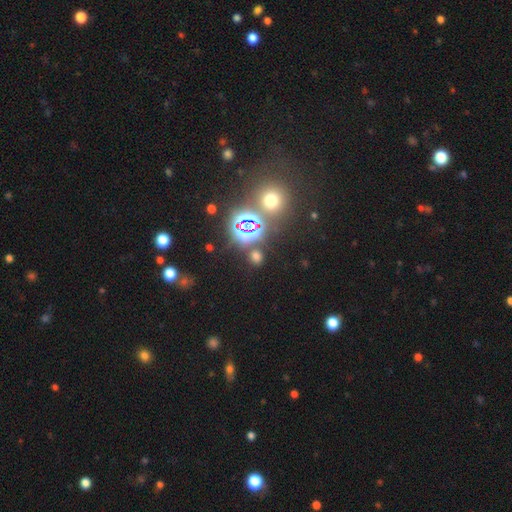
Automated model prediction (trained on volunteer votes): Morphology: type=star or artifact (47%).